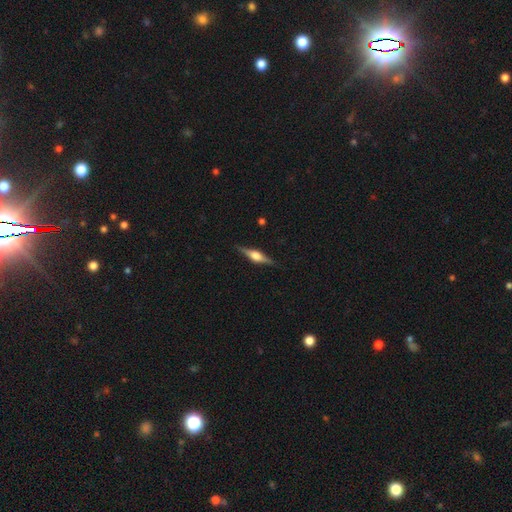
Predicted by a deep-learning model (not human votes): Smooth or featured? featured or disk (77%)
Edge-on disk? yes (98%)
Edge-on bulge? rounded (89%)
Merging? none (89%)